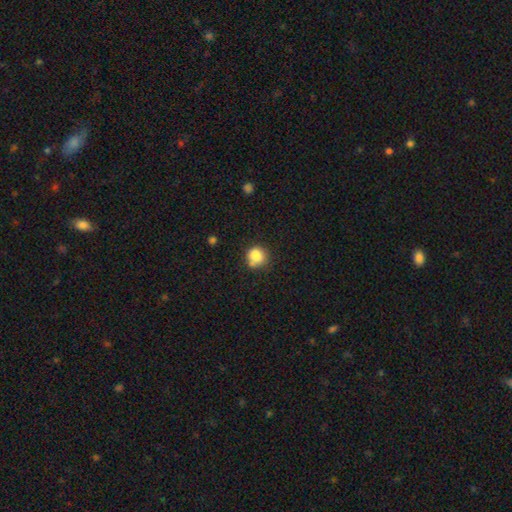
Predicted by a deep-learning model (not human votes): The model was most divided on "merging": none: 64%, minor disturbance: 17%, merger: 14%, major disturbance: 5%. More confident: how rounded — round (86%); smooth or featured — smooth (82%).